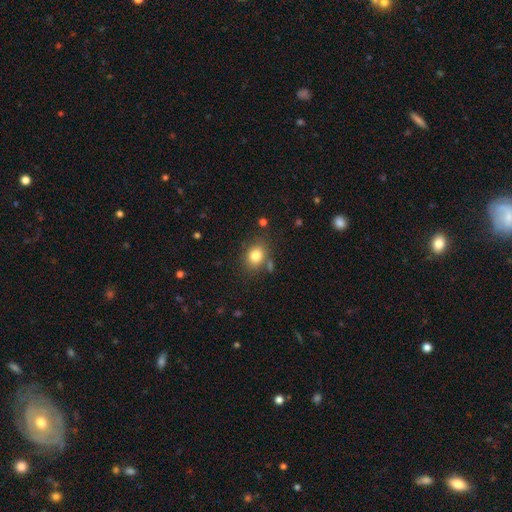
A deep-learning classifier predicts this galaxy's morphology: This appears to be a smooth galaxy with no disk features (82%) that is in between round and cigar-shaped (50%). Merging: none (75%).